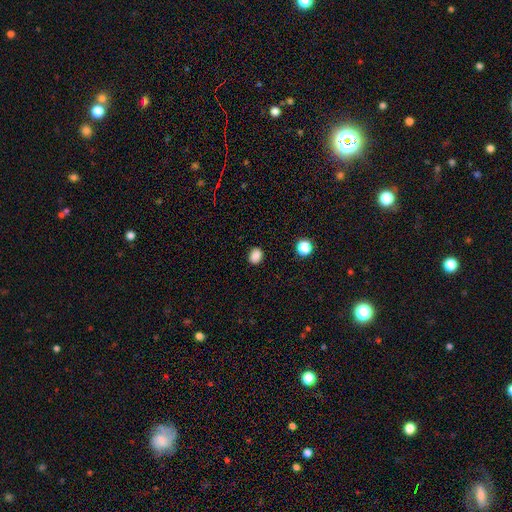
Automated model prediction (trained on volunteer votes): Morphology: type=smooth (86%); roundness=in between (50%); merging=none (87%).